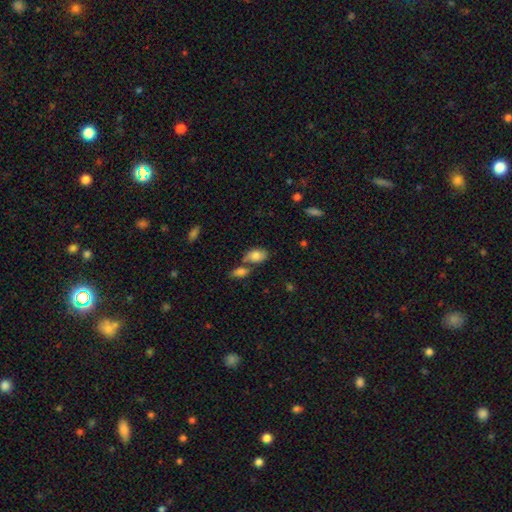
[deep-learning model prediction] Morphology: type=smooth (78%); roundness=in between (89%); merging=none (48%).